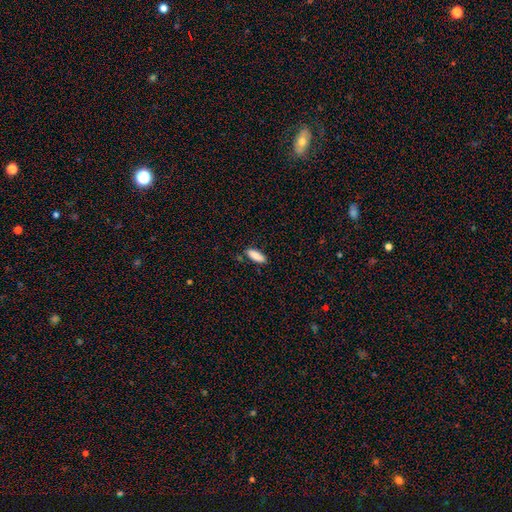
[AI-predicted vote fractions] Smooth or featured: smooth — 88% (star or artifact — 7%)
How rounded: in between — 67% (cigar-shaped — 31%)
Merging: none — 82% (minor disturbance — 13%)